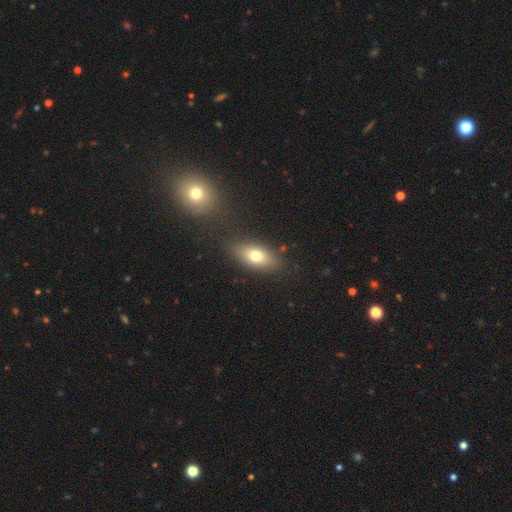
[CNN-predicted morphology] Q: Smooth or featured?
A: smooth (73%); runner-up: featured or disk (18%)
Q: How rounded?
A: in between (83%); runner-up: cigar-shaped (9%)
Q: Merging?
A: none (81%); runner-up: minor disturbance (11%)